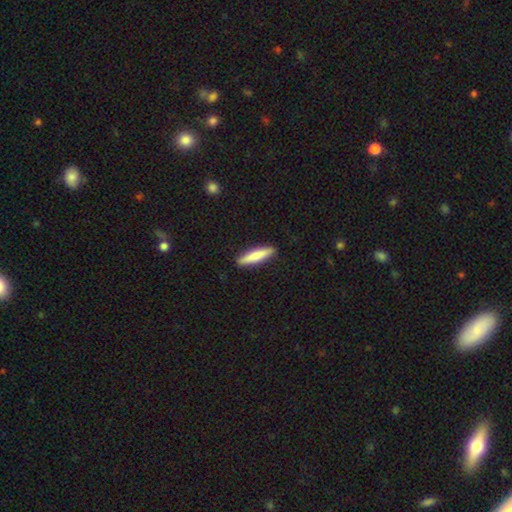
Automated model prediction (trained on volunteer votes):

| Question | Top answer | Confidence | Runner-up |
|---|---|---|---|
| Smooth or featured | smooth | 72% | featured or disk (23%) |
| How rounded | cigar-shaped | 83% | in between (15%) |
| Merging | none | 91% | minor disturbance (7%) |